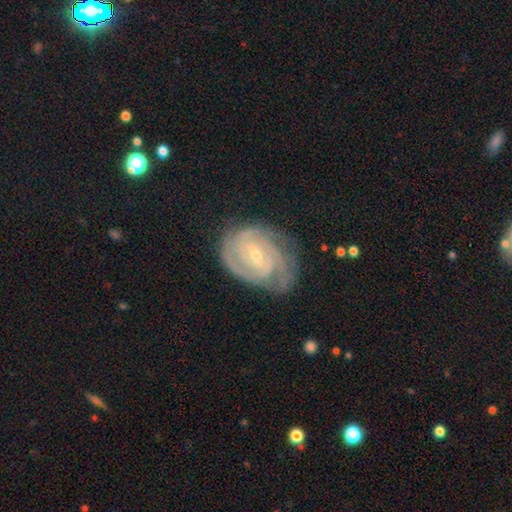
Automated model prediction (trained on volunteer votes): Morphology: type=featured or disk (88%); edge-on=no (97%); bar=weak (51%); spiral arms=yes (97%); winding=tight (75%); arm count=2 (30%); bulge=small (67%); merging=none (70%).